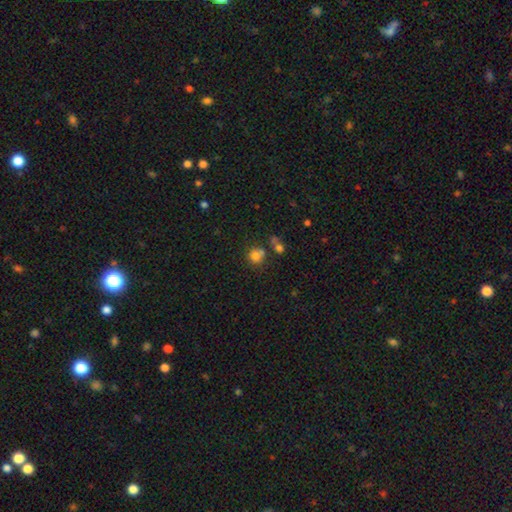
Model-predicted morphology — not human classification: Overall: smooth (75%). How rounded: round (83%). Merging: none (56%; merger 25%).